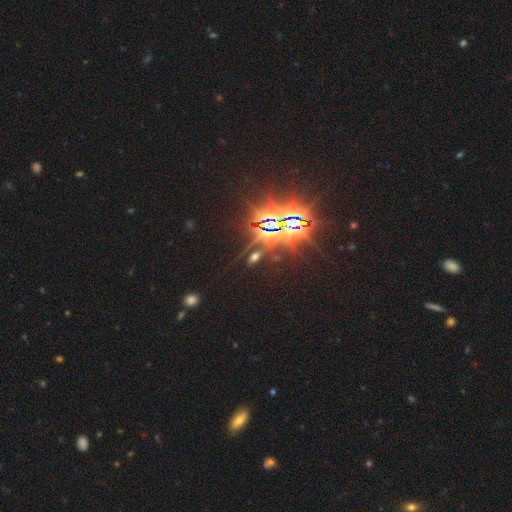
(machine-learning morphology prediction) Smooth or featured?
  - star or artifact: 83% *
  - smooth: 9%
  - featured or disk: 8%